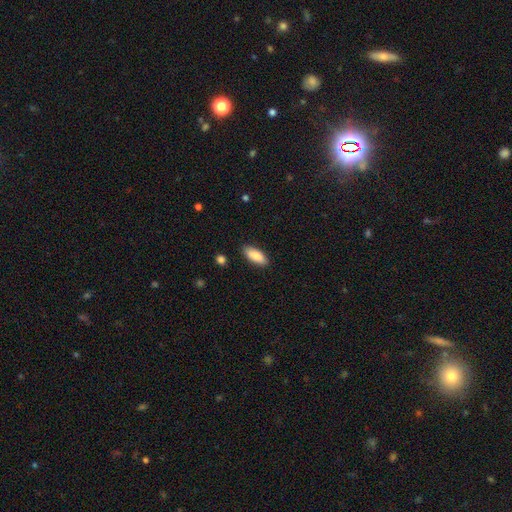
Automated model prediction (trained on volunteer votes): smooth 85%, featured or disk 9%, star or artifact 6%. Down the decision tree: how rounded — in between (81%); merging — none (88%).